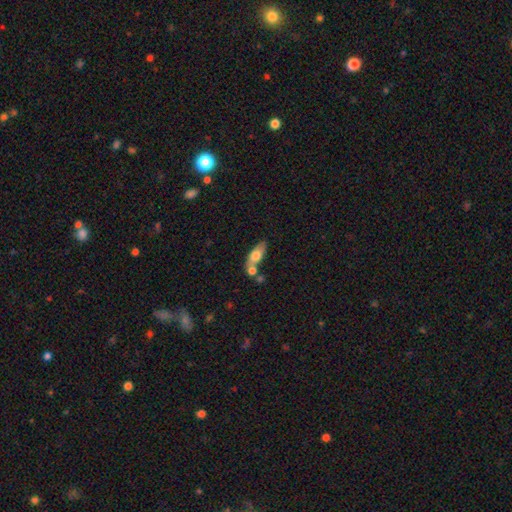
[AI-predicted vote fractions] smooth_or_featured: smooth (p=0.68) [alt: featured or disk p=0.26]
how_rounded: in between (p=0.72) [alt: cigar-shaped p=0.23]
merging: none (p=0.49) [alt: merger p=0.32]